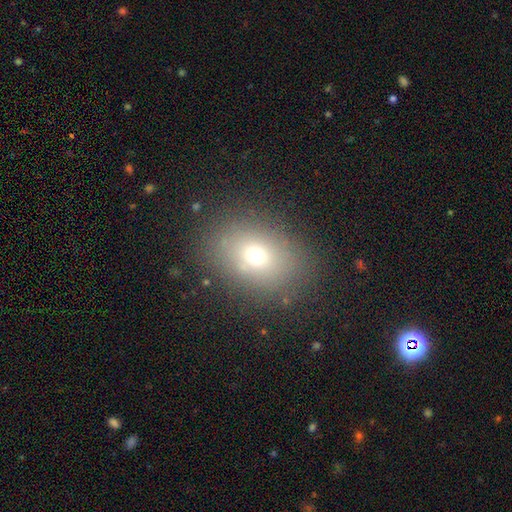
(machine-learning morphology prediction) smooth_or_featured: smooth (p=0.68) [alt: star or artifact p=0.17]
how_rounded: in between (p=0.66) [alt: round p=0.32]
merging: none (p=0.84) [alt: minor disturbance p=0.10]